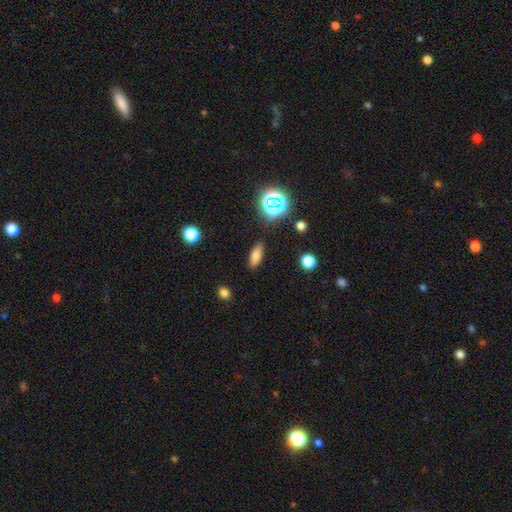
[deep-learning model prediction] Smooth or featured?
  - smooth: 74% *
  - star or artifact: 14%
  - featured or disk: 13%
How rounded?
  - in between: 67% *
  - cigar-shaped: 28%
  - round: 5%
Merging?
  - none: 85% *
  - minor disturbance: 10%
  - major disturbance: 3%
  - merger: 2%